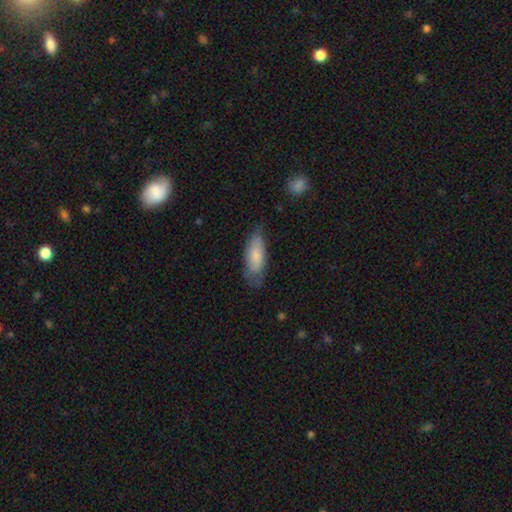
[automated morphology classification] Overall: smooth (76%). How rounded: in between (72%). Merging: none (65%; minor disturbance 27%).